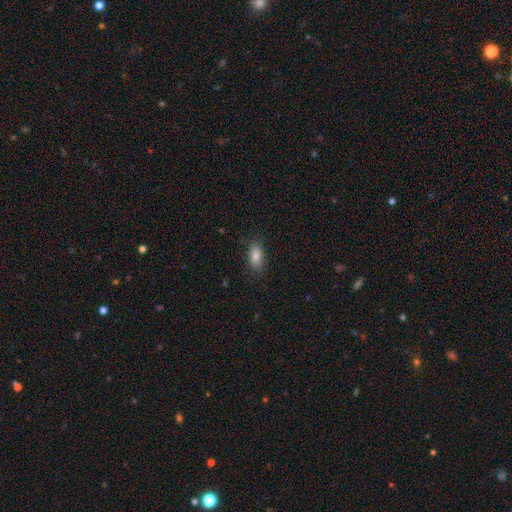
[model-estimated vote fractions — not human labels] This appears to be a smooth galaxy with no disk features (83%) that is in between round and cigar-shaped (83%). Merging: none (86%).